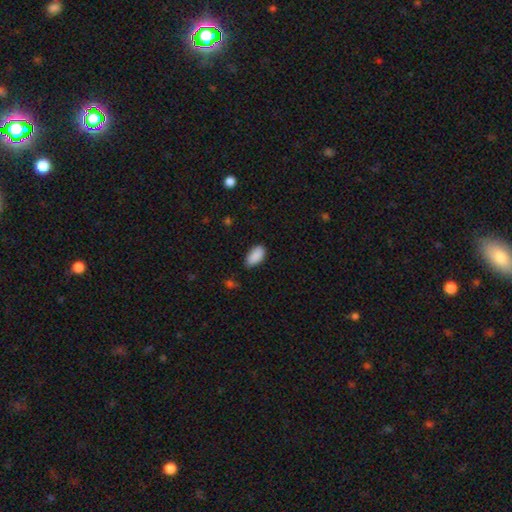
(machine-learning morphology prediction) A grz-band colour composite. It shows a smooth galaxy with no disk features (90%) that is in between round and cigar-shaped (94%). Merging: none (80%).